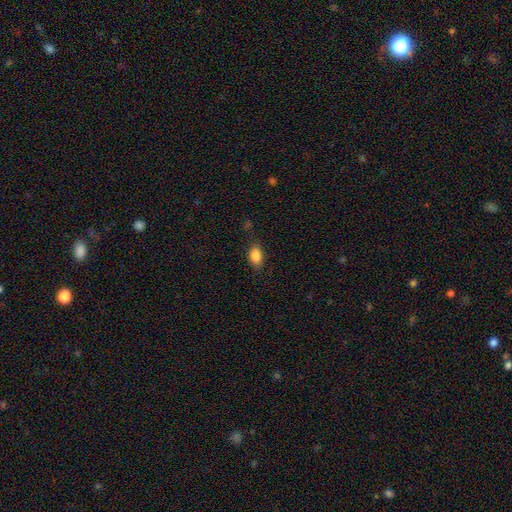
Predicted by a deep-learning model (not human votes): smooth_or_featured: smooth (p=0.86) [alt: star or artifact p=0.08]
how_rounded: in between (p=0.87) [alt: round p=0.11]
merging: none (p=0.83) [alt: minor disturbance p=0.12]